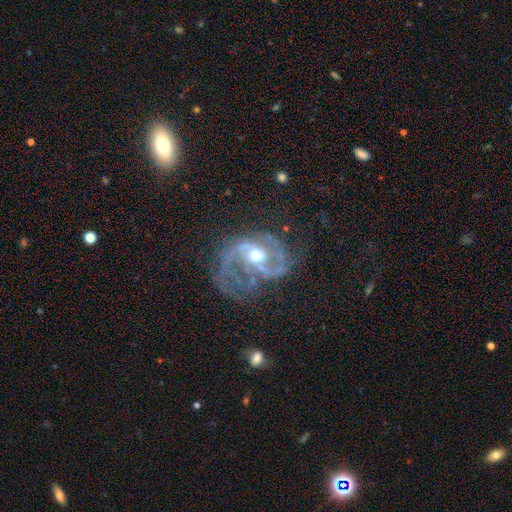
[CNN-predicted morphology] smooth_or_featured: featured or disk (p=0.89) [alt: star or artifact p=0.06]
disk_edge_on: no (p=0.98) [alt: yes p=0.02]
bar: weak (p=0.42) [alt: no p=0.37]
has_spiral_arms: yes (p=0.95) [alt: no p=0.05]
spiral_winding: medium (p=0.51) [alt: loose p=0.30]
spiral_arm_count: 2 (p=0.71) [alt: 3 p=0.10]
bulge_size: moderate (p=0.72) [alt: small p=0.16]
merging: none (p=0.46) [alt: major disturbance p=0.29]